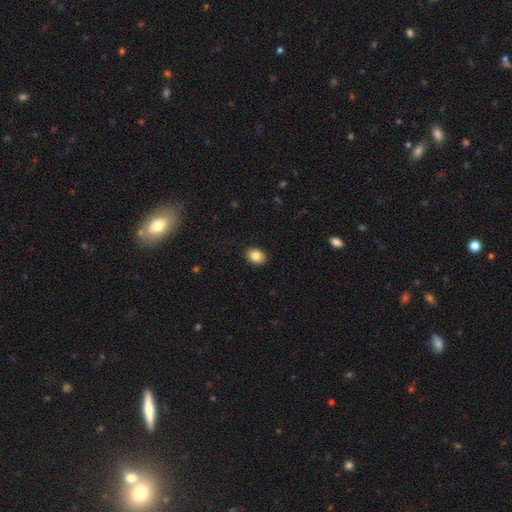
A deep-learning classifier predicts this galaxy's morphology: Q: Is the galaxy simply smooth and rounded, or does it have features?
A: smooth — 85%.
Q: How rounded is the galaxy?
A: in between — 73%.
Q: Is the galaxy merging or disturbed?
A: none — 90%.